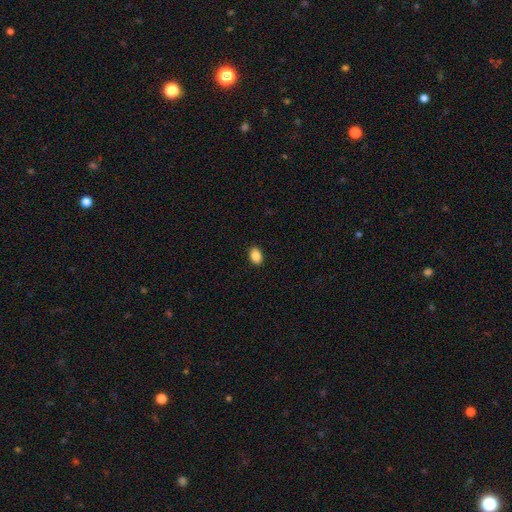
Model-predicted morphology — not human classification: Smooth or featured?
  - smooth: 87% *
  - star or artifact: 8%
  - featured or disk: 4%
How rounded?
  - in between: 81% *
  - round: 18%
  - cigar-shaped: 1%
Merging?
  - none: 90% *
  - minor disturbance: 7%
  - major disturbance: 2%
  - merger: 1%